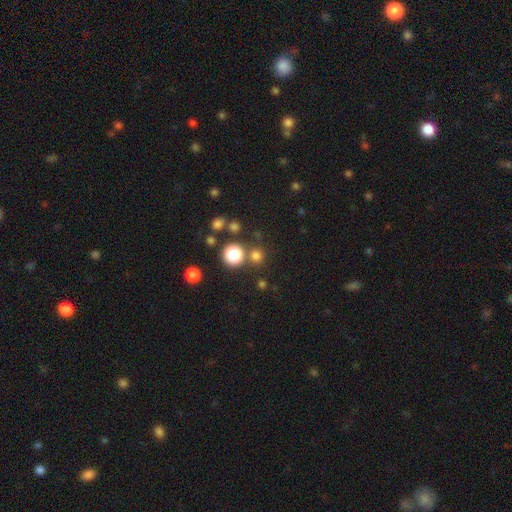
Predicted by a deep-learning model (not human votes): A smooth galaxy with no disk features (72%) that is round (93%).

Vote fractions:
- Smooth or featured? smooth: 72% / star or artifact: 23% / featured or disk: 5%
- How rounded? round: 93% / in between: 6% / cigar-shaped: 1%
- Merging? none: 80% / merger: 11% / minor disturbance: 6% / major disturbance: 3%